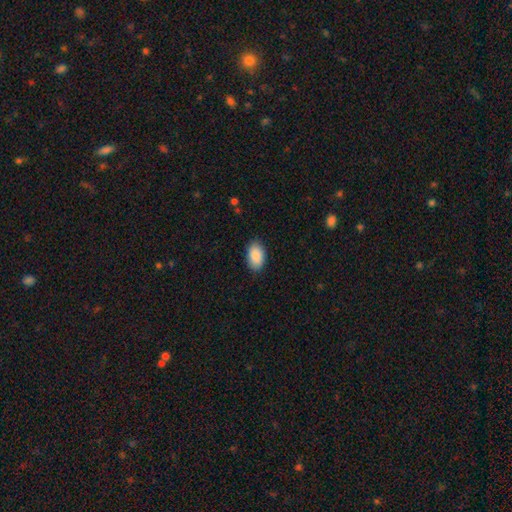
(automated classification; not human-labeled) smooth-or-featured: smooth: 90% | star or artifact: 6% | featured or disk: 4%
  how-rounded: in between: 93% | round: 6% | cigar-shaped: 1%
  merging: none: 87% | minor disturbance: 10% | major disturbance: 2% | merger: 1%